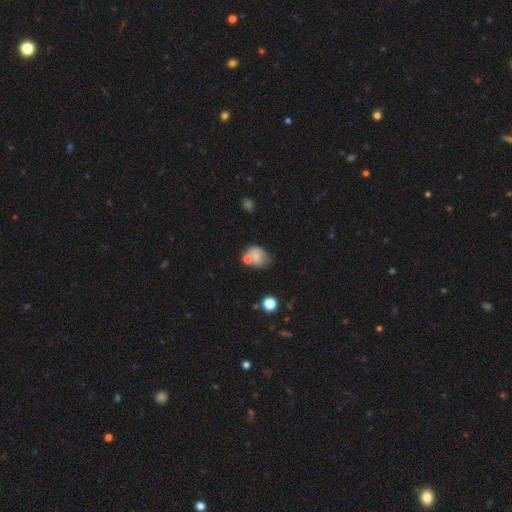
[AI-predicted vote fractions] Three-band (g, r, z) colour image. It shows a smooth galaxy with no disk features (65%) that is round (58%). Merging: none (46%).